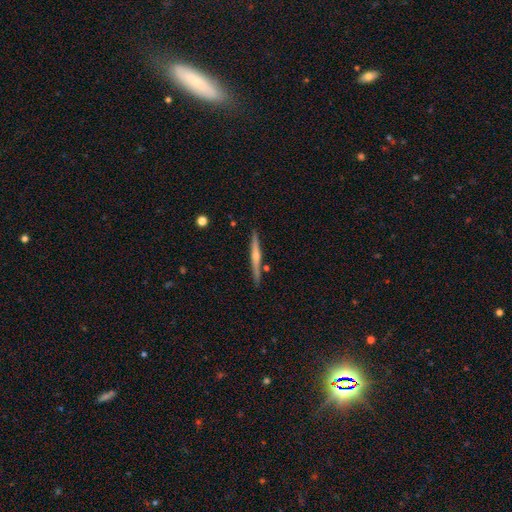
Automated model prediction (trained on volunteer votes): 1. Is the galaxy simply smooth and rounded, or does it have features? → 67% featured or disk, 28% smooth, 6% star or artifact.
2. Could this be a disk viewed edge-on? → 98% yes, 2% no.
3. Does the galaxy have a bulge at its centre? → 78% rounded, 17% none, 5% boxy.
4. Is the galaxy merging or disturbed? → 88% none, 8% minor disturbance, 3% merger, 2% major disturbance.